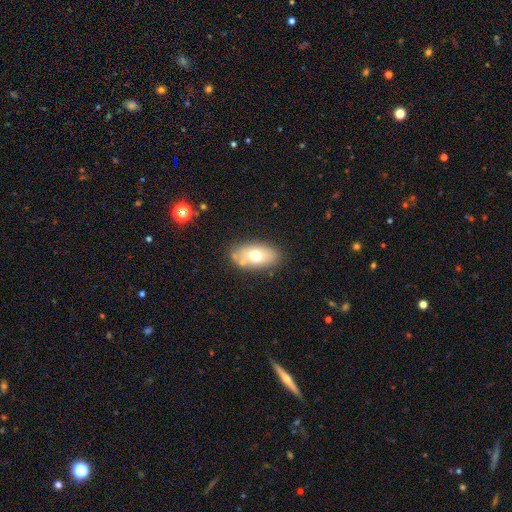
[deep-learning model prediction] This is likely a smooth galaxy (65%). How rounded: clearly in between (90%). Merging: likely none (75%).